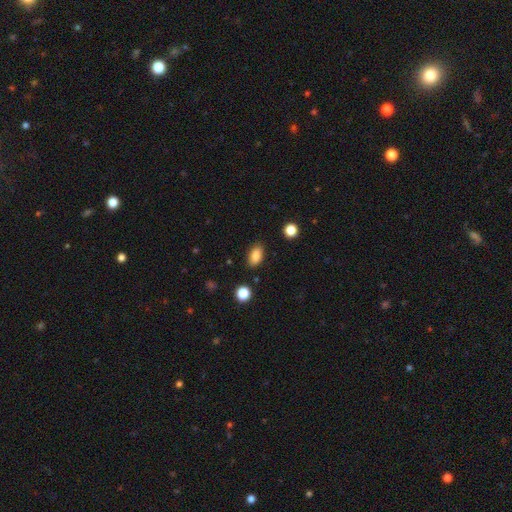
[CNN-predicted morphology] Overall: smooth (86%). How rounded: in between (90%). Merging: none (86%).